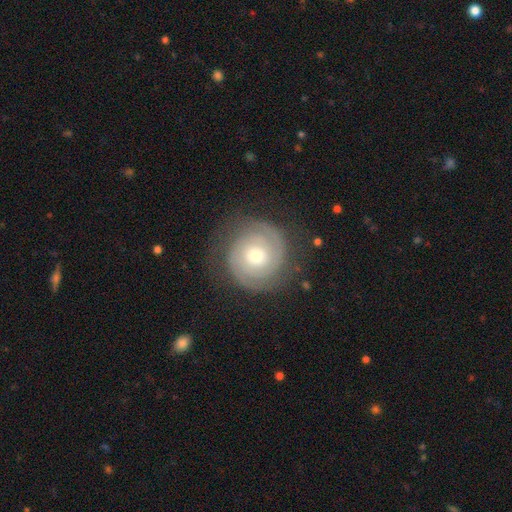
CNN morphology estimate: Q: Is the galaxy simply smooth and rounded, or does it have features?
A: featured or disk — 82%.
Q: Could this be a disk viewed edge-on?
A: no — 98%.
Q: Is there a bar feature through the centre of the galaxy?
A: no — 73%.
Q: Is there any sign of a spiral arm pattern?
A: yes — 96%.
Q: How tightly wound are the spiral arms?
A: tight — 77%.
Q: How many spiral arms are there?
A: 2 — 76%.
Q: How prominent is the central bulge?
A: moderate — 56%.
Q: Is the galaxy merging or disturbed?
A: none — 81%.